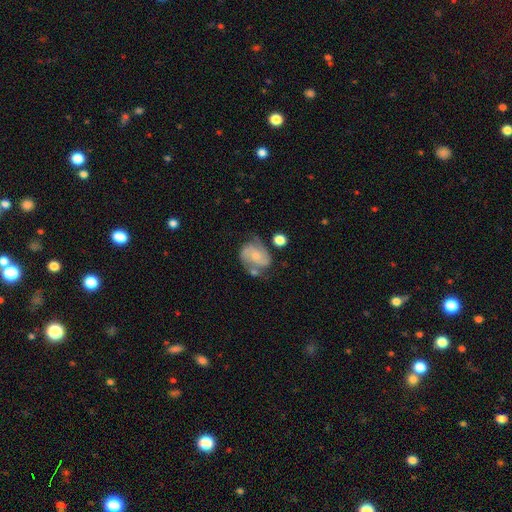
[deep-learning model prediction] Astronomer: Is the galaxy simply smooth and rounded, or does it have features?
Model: featured or disk — 70%.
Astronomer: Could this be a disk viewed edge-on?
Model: no — 97%.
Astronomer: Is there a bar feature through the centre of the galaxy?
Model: no — 63%.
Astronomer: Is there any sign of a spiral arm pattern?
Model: yes — 91%.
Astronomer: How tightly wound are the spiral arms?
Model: medium — 48% (runner-up: loose, 26%).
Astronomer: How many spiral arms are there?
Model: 2 — 82%.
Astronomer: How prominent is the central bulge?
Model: small — 63%.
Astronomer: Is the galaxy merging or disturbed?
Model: none — 53%.